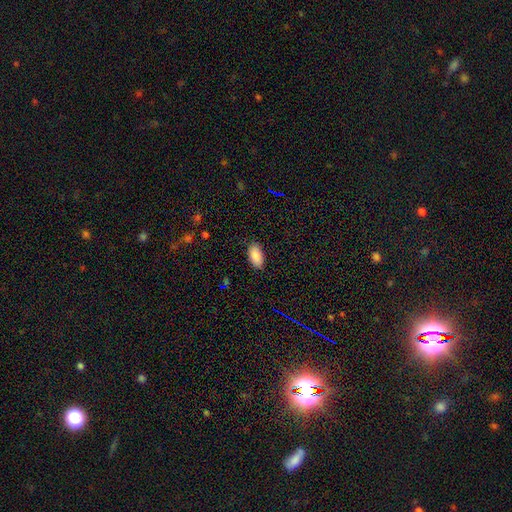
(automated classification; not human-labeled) Smooth or featured? smooth (89%)
How rounded? in between (94%)
Merging? none (86%)